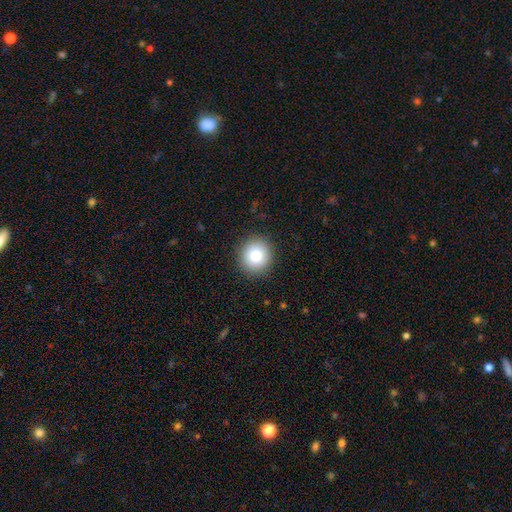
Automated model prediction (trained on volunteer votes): Overall: smooth (80%). How rounded: round (91%). Merging: none (91%).